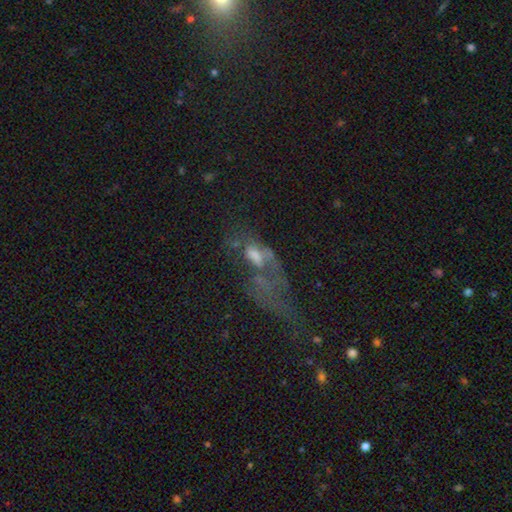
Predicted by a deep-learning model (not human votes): Morphology: type=featured or disk (52%); edge-on=no (87%); merging=major disturbance (55%).